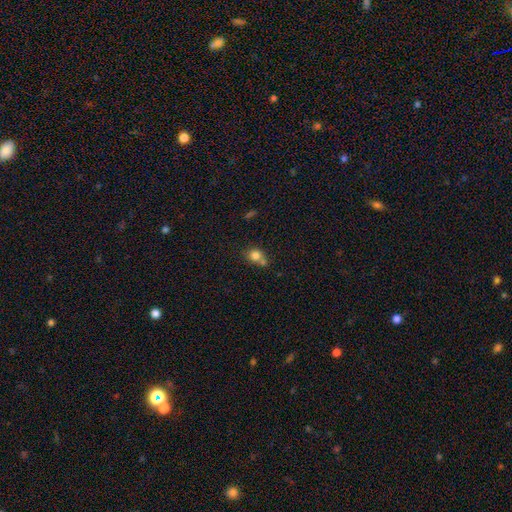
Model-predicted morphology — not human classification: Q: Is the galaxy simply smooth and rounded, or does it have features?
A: smooth — 79%.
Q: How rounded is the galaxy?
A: round — 74%.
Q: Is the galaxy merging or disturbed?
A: none — 43%.